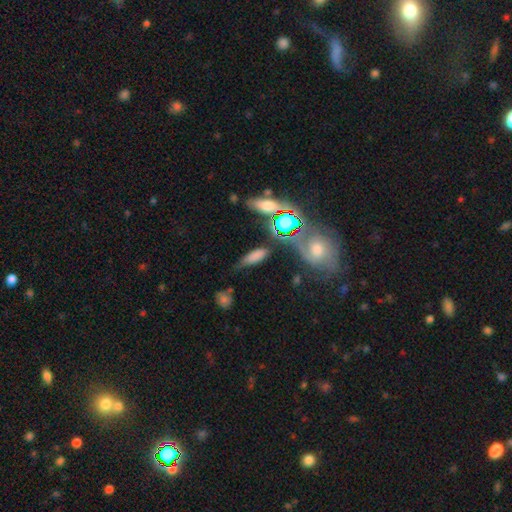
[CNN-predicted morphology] This is likely a smooth galaxy (68%). How rounded: possibly in between (58%). Merging: possibly none (56%).